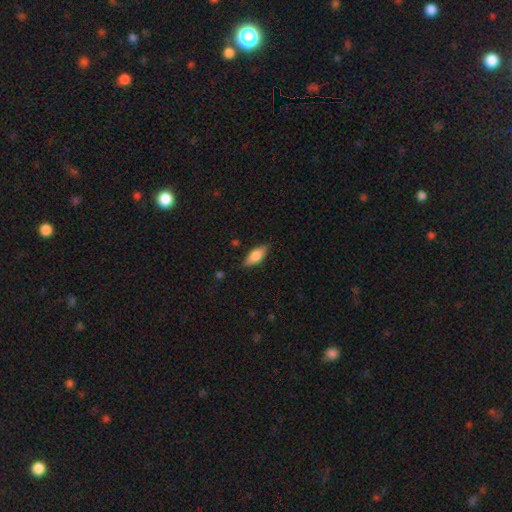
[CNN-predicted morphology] Smooth or featured? Predicted: smooth (p=0.69). How rounded? Predicted: in between (p=0.72). Merging? Predicted: none (p=0.83).